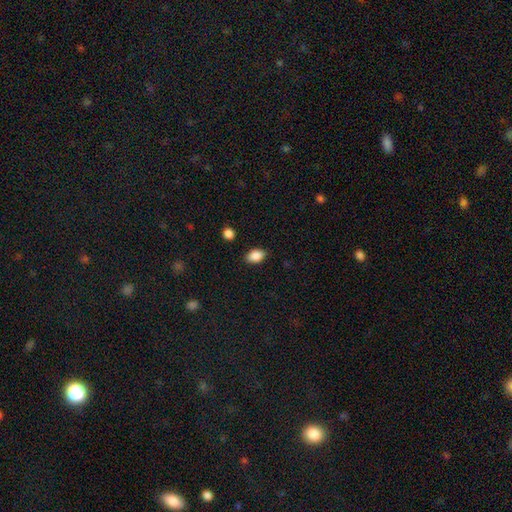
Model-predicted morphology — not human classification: smooth 87%, star or artifact 8%, featured or disk 5%. Down the decision tree: how rounded — in between (85%); merging — none (86%).